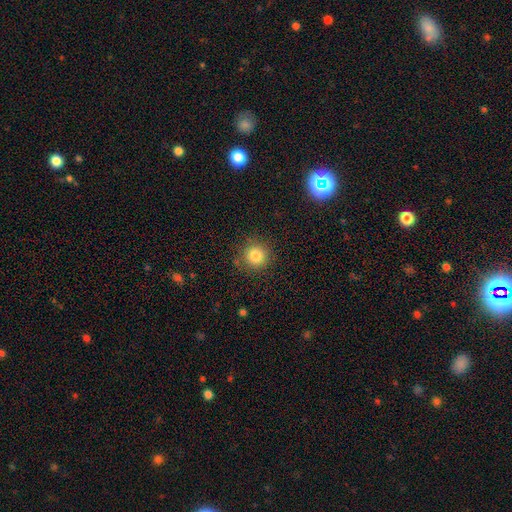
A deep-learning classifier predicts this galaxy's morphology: A smooth galaxy with no disk features (83%) that is round (93%).

Vote fractions:
- Smooth or featured? smooth: 83% / star or artifact: 11% / featured or disk: 6%
- How rounded? round: 93% / in between: 6% / cigar-shaped: 1%
- Merging? none: 87% / minor disturbance: 9% / major disturbance: 3% / merger: 2%